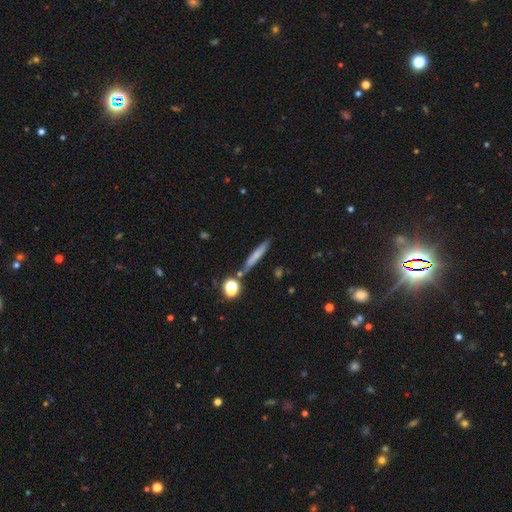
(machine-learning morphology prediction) Smooth or featured? smooth (62%)
How rounded? cigar-shaped (90%)
Merging? none (79%)